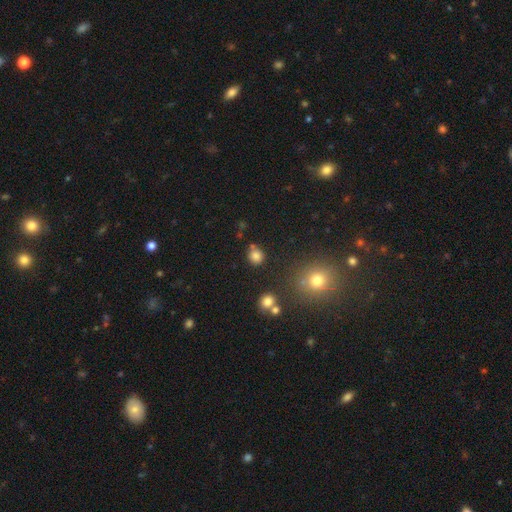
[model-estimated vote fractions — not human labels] This is likely a smooth galaxy (80%). How rounded: clearly round (87%). Merging: likely none (75%).